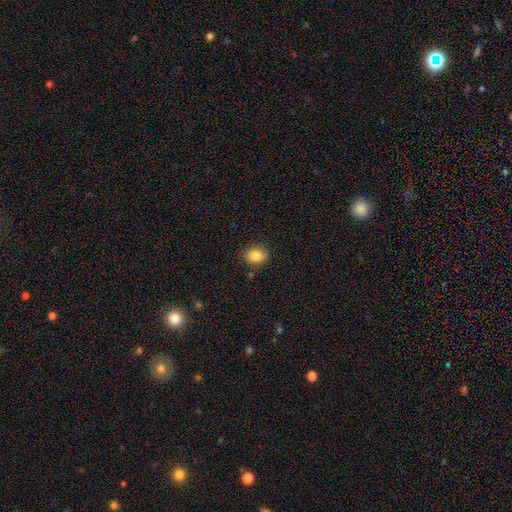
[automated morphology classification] A smooth galaxy with no disk features (85%) that is round (64%). Merging: none (88%).